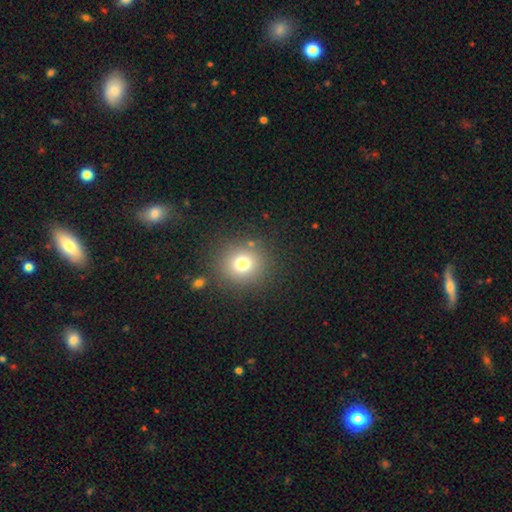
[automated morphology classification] smooth-or-featured: smooth: 64% | star or artifact: 28% | featured or disk: 8%
  how-rounded: round: 91% | in between: 8% | cigar-shaped: 1%
  merging: none: 90% | minor disturbance: 6% | merger: 2% | major disturbance: 2%